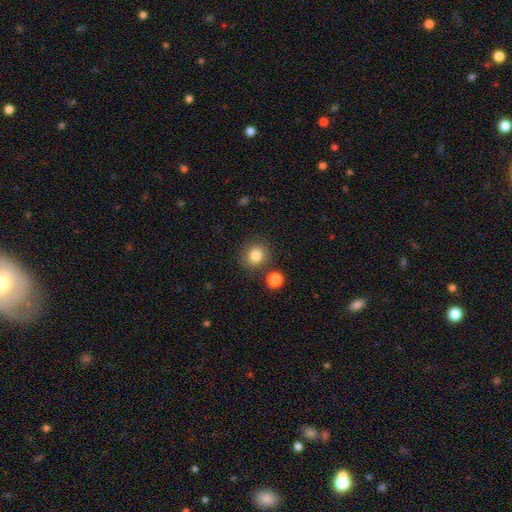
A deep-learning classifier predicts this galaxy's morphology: The model was most divided on "merging": none: 80%, minor disturbance: 10%, merger: 7%, major disturbance: 3%. More confident: how rounded — round (86%); smooth or featured — smooth (83%).